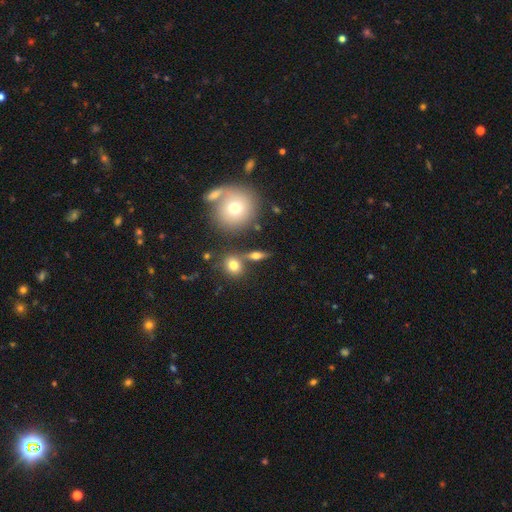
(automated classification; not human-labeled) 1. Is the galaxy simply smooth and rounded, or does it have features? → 56% smooth, 30% featured or disk, 14% star or artifact.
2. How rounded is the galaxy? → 44% in between, 32% round, 24% cigar-shaped.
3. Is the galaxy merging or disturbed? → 70% none, 15% merger, 11% minor disturbance, 5% major disturbance.